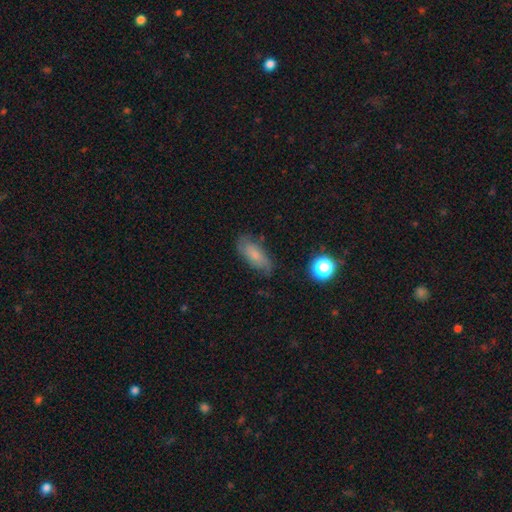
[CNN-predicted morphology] Overall: smooth (69%). How rounded: in between (82%). Merging: none (67%).